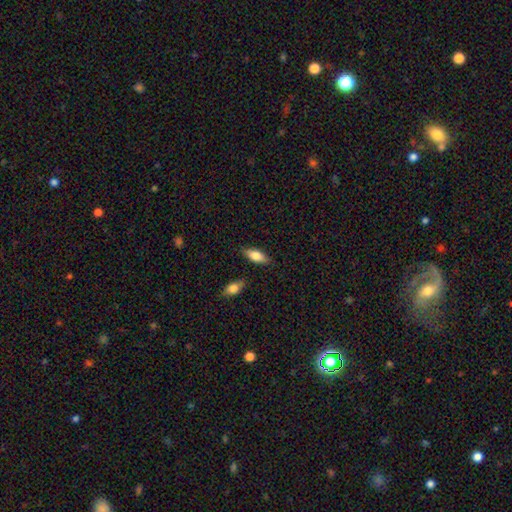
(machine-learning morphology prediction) Smooth or featured: smooth — 76% (featured or disk — 18%)
How rounded: in between — 82% (cigar-shaped — 16%)
Merging: none — 83% (minor disturbance — 12%)